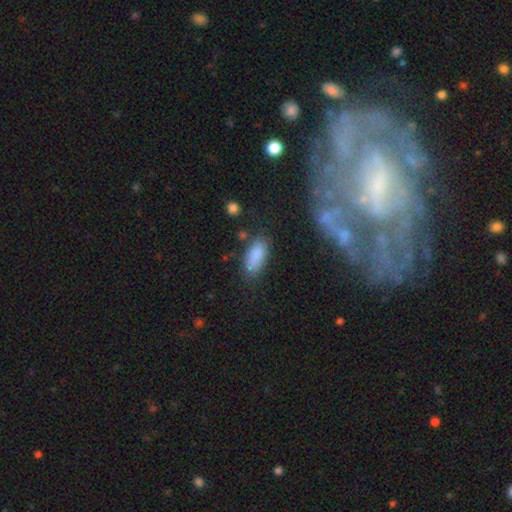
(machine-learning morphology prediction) Q: Smooth or featured?
A: smooth (85%); runner-up: star or artifact (8%)
Q: How rounded?
A: in between (84%); runner-up: cigar-shaped (13%)
Q: Merging?
A: none (72%); runner-up: minor disturbance (18%)